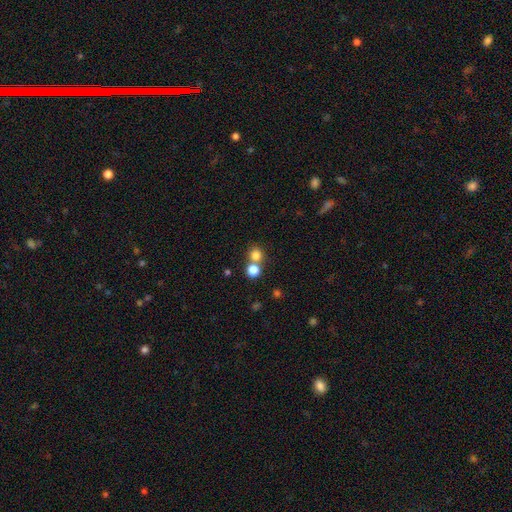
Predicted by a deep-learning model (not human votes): Smooth or featured? Predicted: smooth (p=0.78). How rounded? Predicted: round (p=0.87). Merging? Predicted: none (p=0.58).